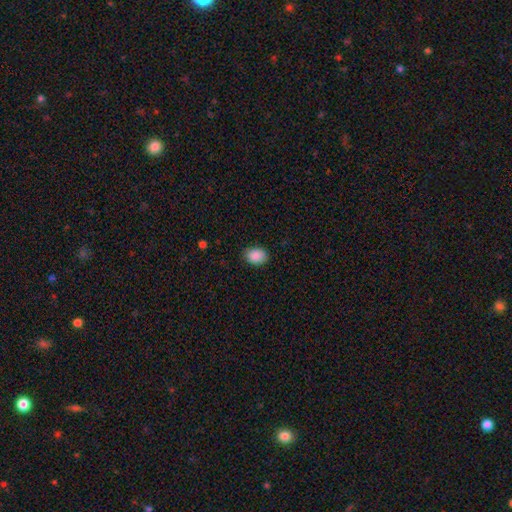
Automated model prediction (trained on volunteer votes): Overall: smooth (89%). How rounded: in between (72%). Merging: none (84%).